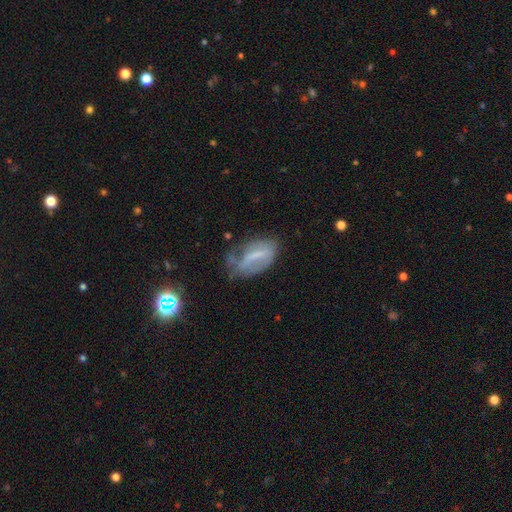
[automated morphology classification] Smooth or featured? Predicted: featured or disk (p=0.49). Merging? Predicted: none (p=0.40).